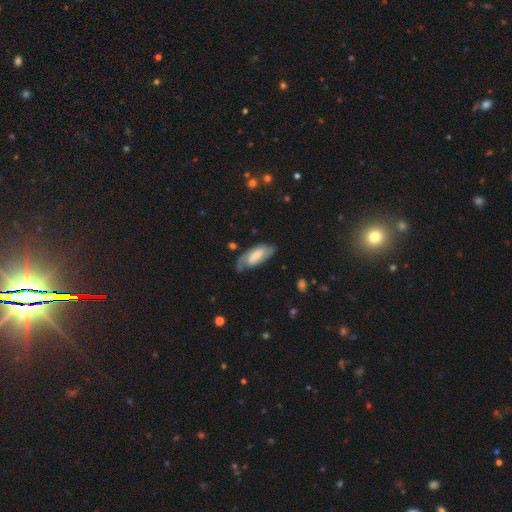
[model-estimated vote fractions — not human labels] Smooth or featured: featured or disk — 56% (smooth — 37%)
Edge-on disk: no — 89% (yes — 11%)
Merging: none — 58% (minor disturbance — 26%)